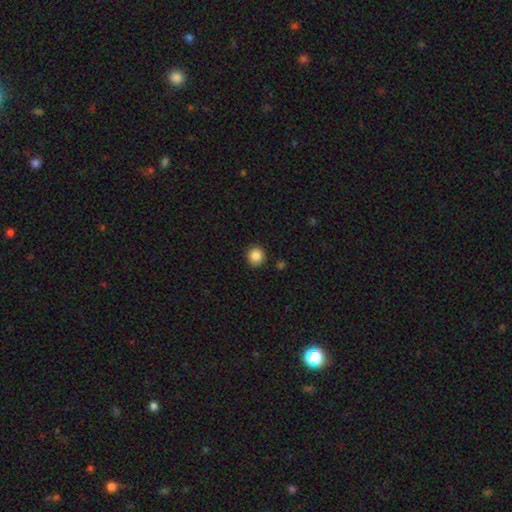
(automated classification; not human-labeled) This is clearly a smooth galaxy (87%). How rounded: clearly round (92%). Merging: clearly none (91%).